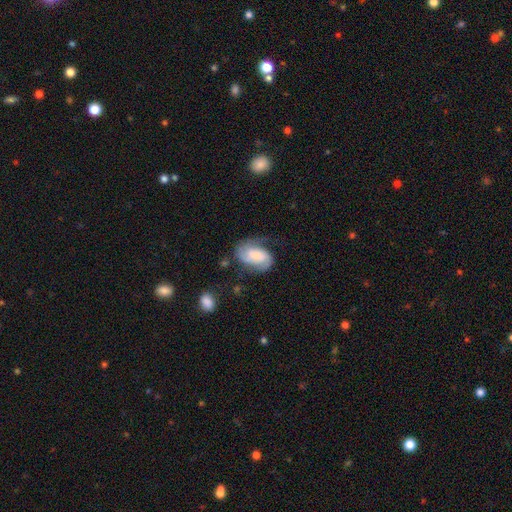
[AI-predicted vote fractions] Smooth or featured: featured or disk — 67% (smooth — 26%)
Edge-on disk: no — 97% (yes — 3%)
Bar: no — 50% (weak — 36%)
Spiral arms: yes — 92% (no — 8%)
Spiral winding: medium — 45% (tight — 31%)
Spiral arm count: 2 — 82% (can't tell — 7%)
Bulge size: small — 27% (moderate — 25%)
Merging: none — 53% (minor disturbance — 26%)